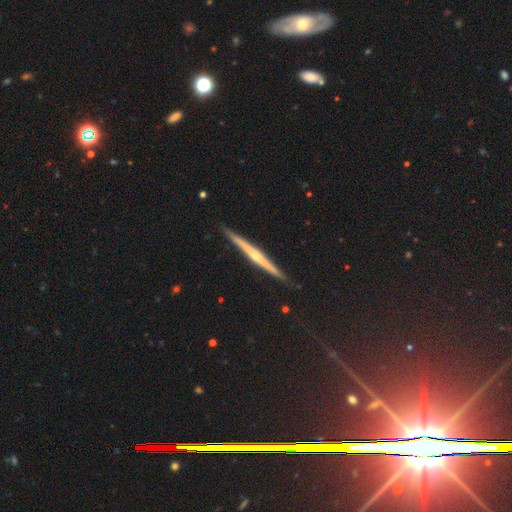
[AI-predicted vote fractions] smooth_or_featured: featured or disk (p=0.76) [alt: smooth p=0.18]
disk_edge_on: yes (p=0.98) [alt: no p=0.02]
edge_on_bulge: rounded (p=0.63) [alt: none p=0.30]
merging: none (p=0.90) [alt: minor disturbance p=0.07]